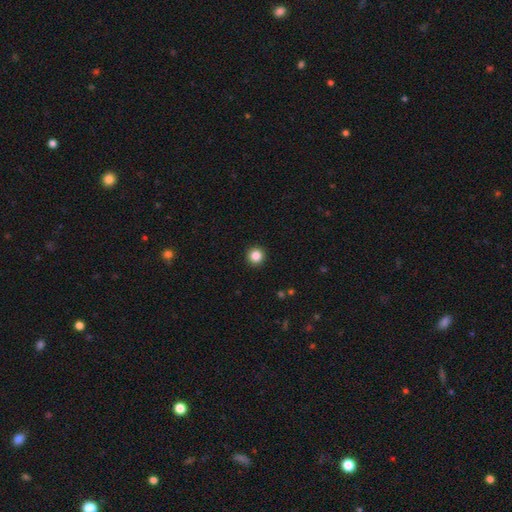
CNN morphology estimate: smooth 85%, star or artifact 11%, featured or disk 4%. Down the decision tree: how rounded — round (96%); merging — none (94%).